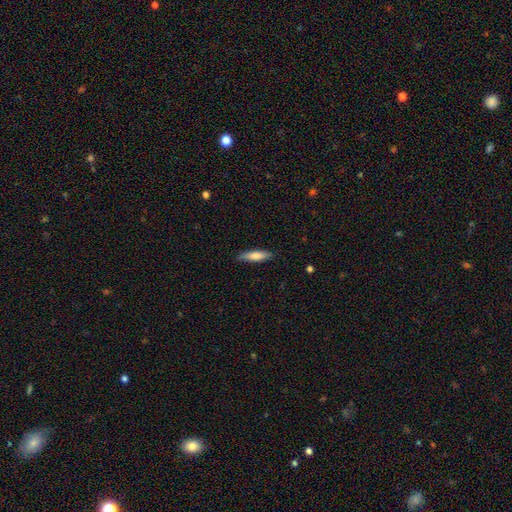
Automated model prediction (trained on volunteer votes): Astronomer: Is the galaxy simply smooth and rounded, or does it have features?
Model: smooth — 76%.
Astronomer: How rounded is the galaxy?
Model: cigar-shaped — 71%.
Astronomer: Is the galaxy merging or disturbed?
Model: none — 86%.